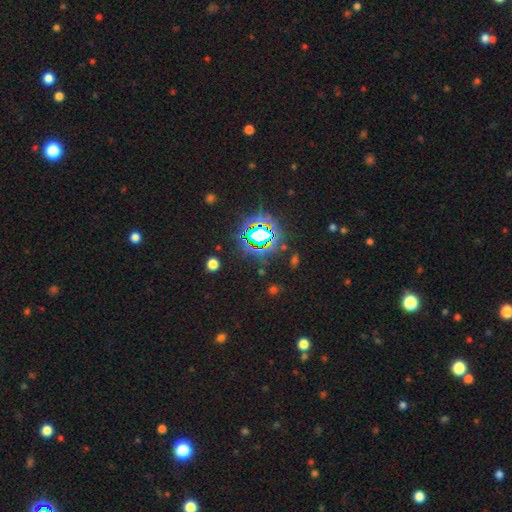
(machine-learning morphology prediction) Smooth or featured? star or artifact (79%)